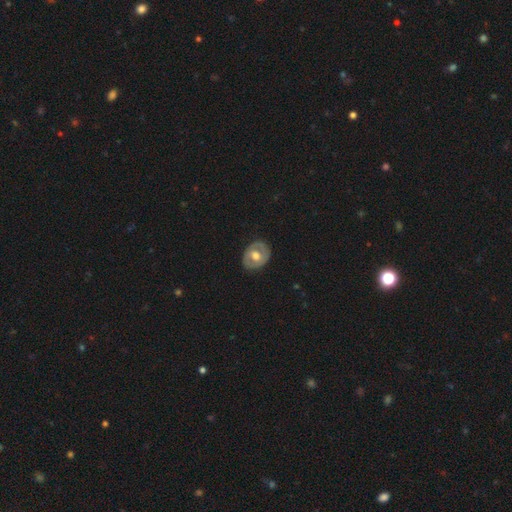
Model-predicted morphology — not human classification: Overall: featured or disk (52%; smooth 43%). Edge-on disk: no (94%). Merging: none (82%).